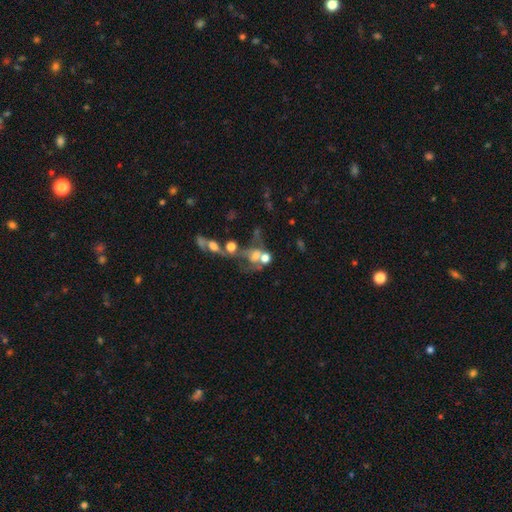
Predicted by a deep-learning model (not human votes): A smooth galaxy with no disk features (43%).

Vote fractions:
- Smooth or featured? smooth: 43% / featured or disk: 37% / star or artifact: 20%
- Merging? merger: 52% / major disturbance: 20% / none: 19% / minor disturbance: 9%